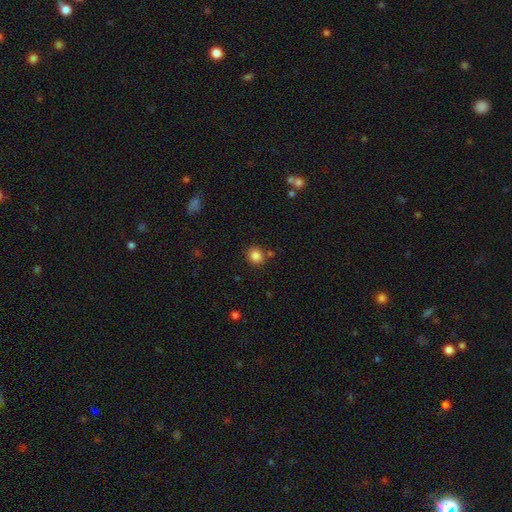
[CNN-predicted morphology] Overall: smooth (84%). How rounded: round (81%). Merging: none (82%).